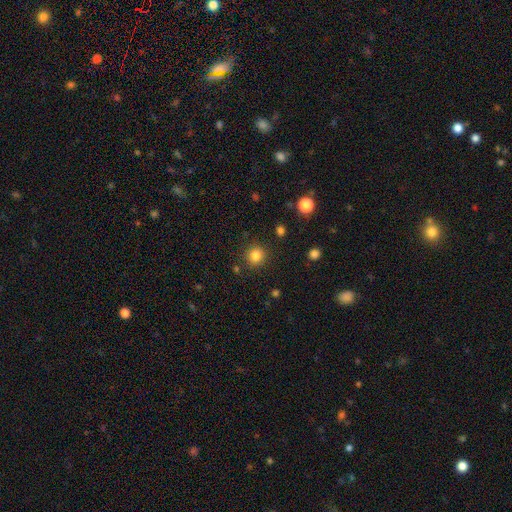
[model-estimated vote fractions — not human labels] Overall: smooth (83%). How rounded: round (92%). Merging: none (89%).